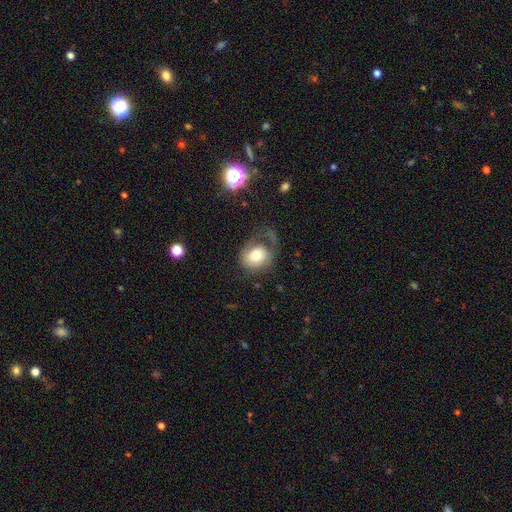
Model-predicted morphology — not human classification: A smooth galaxy with no disk features (65%) that is round (67%). Merging: none (39%).